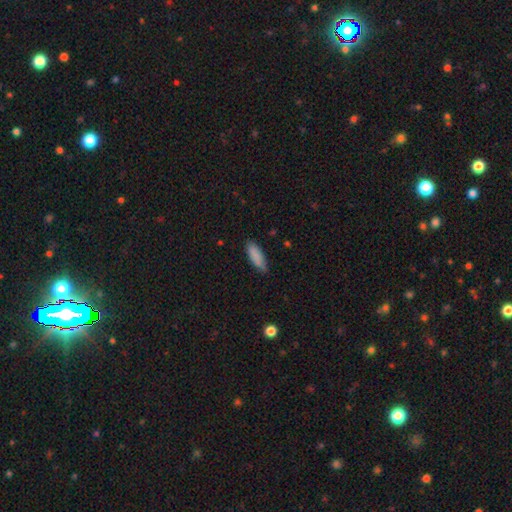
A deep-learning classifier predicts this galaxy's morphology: smooth-or-featured: smooth: 87% | featured or disk: 7% | star or artifact: 6%
  how-rounded: in between: 67% | cigar-shaped: 31% | round: 2%
  merging: none: 74% | minor disturbance: 21% | major disturbance: 3% | merger: 2%